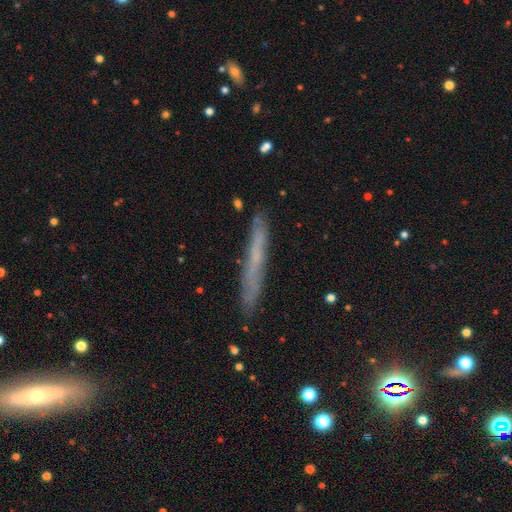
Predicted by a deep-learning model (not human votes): Smooth or featured?
  - smooth: 46% *
  - featured or disk: 43%
  - star or artifact: 11%
Merging?
  - none: 84% *
  - minor disturbance: 12%
  - major disturbance: 2%
  - merger: 2%